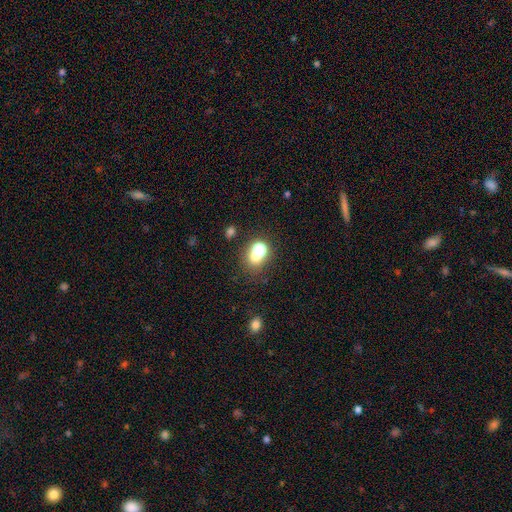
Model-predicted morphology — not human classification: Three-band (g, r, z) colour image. It shows a smooth galaxy with no disk features (61%) that is round (59%). Merging: none (46%).